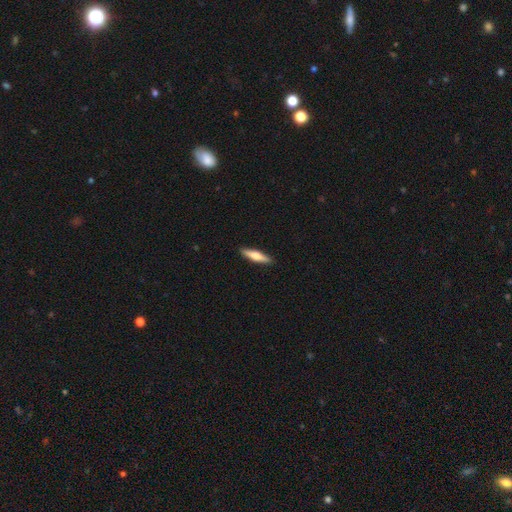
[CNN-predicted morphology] A smooth galaxy with no disk features (55%) that is cigar-shaped (78%). Merging: none (91%).